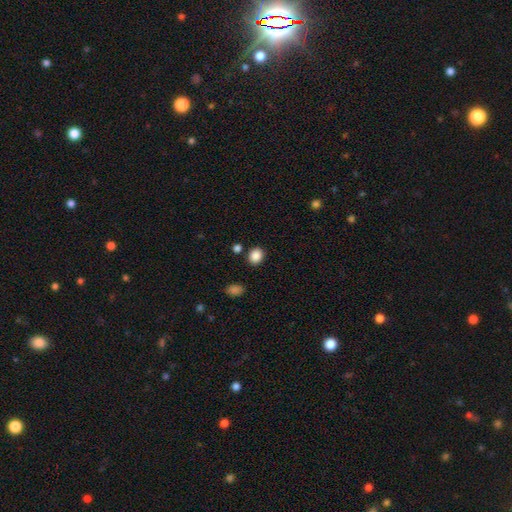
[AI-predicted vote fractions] smooth_or_featured: smooth (p=0.88) [alt: star or artifact p=0.09]
how_rounded: round (p=0.59) [alt: in between p=0.40]
merging: none (p=0.85) [alt: minor disturbance p=0.08]